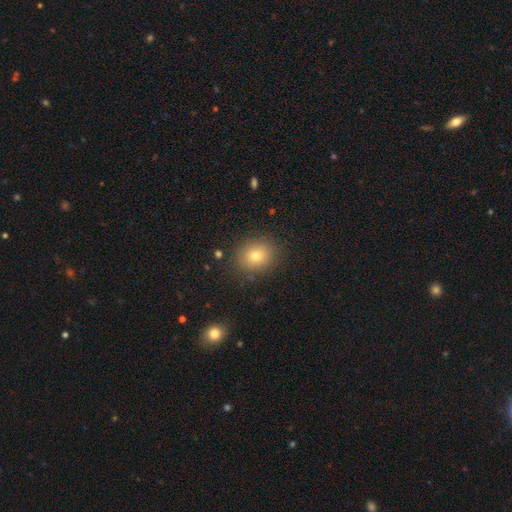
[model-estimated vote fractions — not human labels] A smooth galaxy with no disk features (75%) that is round (64%). Merging: none (86%).